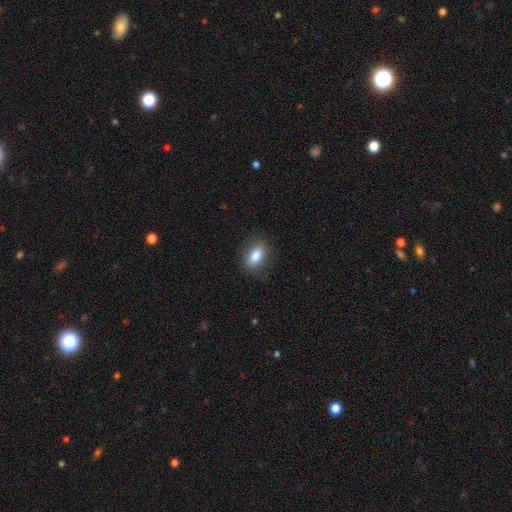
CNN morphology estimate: Overall: smooth (85%). How rounded: in between (87%). Merging: none (84%).